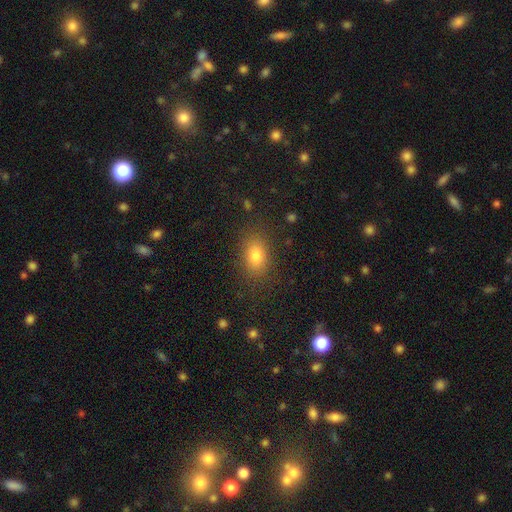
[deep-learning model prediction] Smooth or featured?
  - smooth: 80% *
  - star or artifact: 11%
  - featured or disk: 8%
How rounded?
  - in between: 82% *
  - round: 16%
  - cigar-shaped: 2%
Merging?
  - none: 84% *
  - minor disturbance: 10%
  - major disturbance: 4%
  - merger: 1%